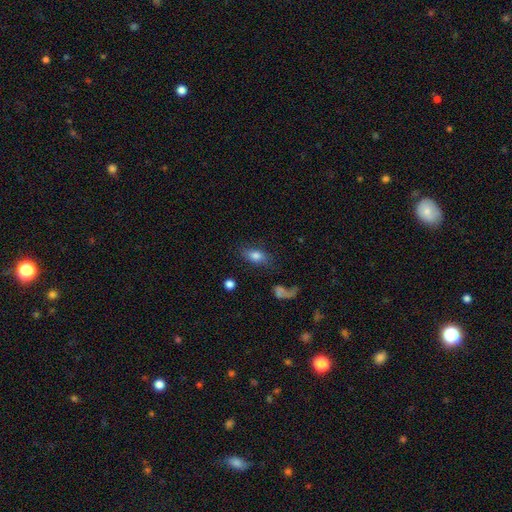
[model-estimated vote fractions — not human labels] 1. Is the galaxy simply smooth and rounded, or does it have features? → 74% smooth, 17% featured or disk, 9% star or artifact.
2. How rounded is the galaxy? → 83% in between, 10% round, 7% cigar-shaped.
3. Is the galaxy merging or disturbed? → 69% none, 16% minor disturbance, 10% major disturbance, 6% merger.